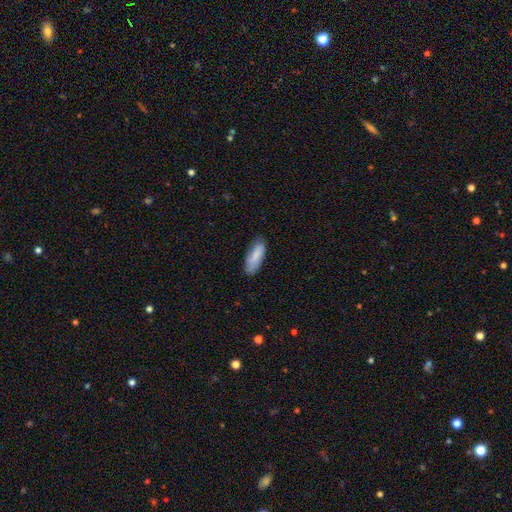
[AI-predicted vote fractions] This appears to be a smooth galaxy with no disk features (84%) that is in between round and cigar-shaped (67%). Merging: none (75%).